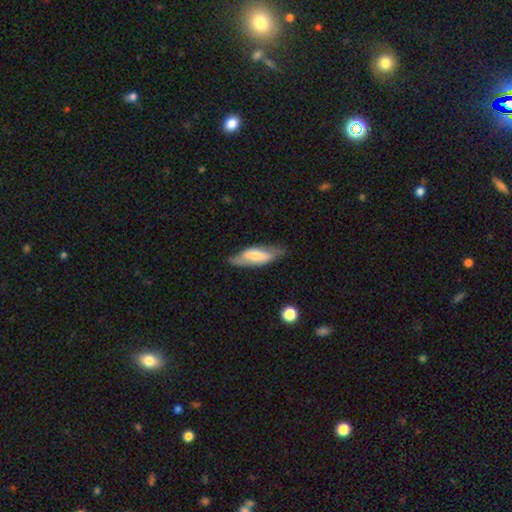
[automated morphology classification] A smooth galaxy with no disk features (48%). Merging: none (68%).